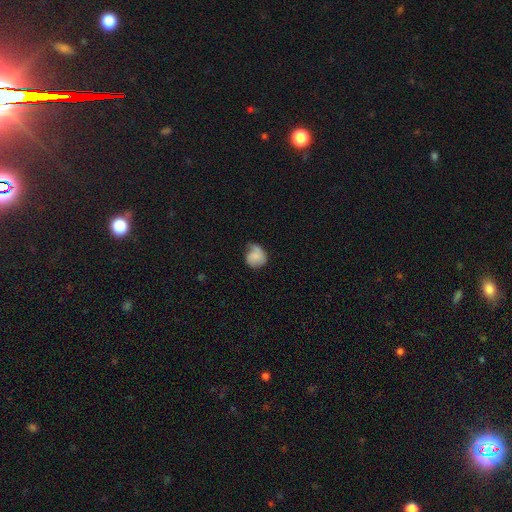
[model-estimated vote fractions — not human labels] Morphology: type=smooth (64%); roundness=round (71%); merging=none (41%).